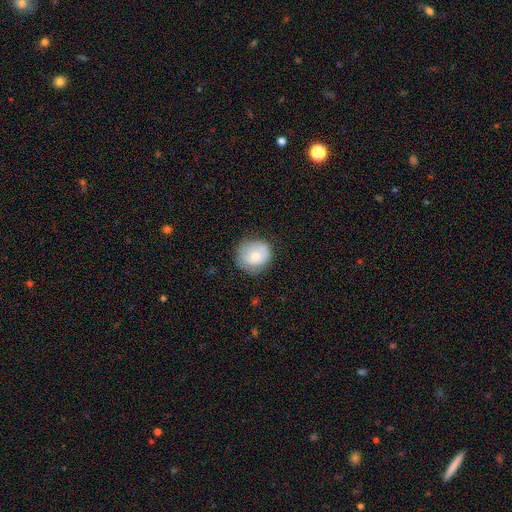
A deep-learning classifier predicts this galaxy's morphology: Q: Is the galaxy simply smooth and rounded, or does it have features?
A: smooth — 70%.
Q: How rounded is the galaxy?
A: round — 83%.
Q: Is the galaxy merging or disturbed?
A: none — 67%.